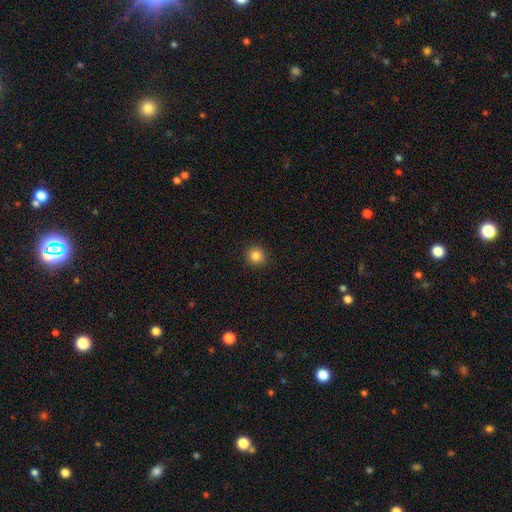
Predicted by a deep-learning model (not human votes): Overall: smooth (84%). How rounded: round (92%). Merging: none (92%).